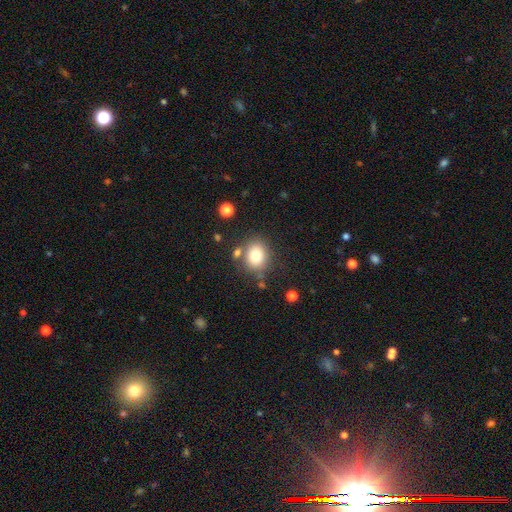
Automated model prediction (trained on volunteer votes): A smooth galaxy with no disk features (77%) that is round (66%).

Vote fractions:
- Smooth or featured? smooth: 77% / star or artifact: 11% / featured or disk: 11%
- How rounded? round: 66% / in between: 33% / cigar-shaped: 1%
- Merging? none: 73% / minor disturbance: 13% / merger: 10% / major disturbance: 4%